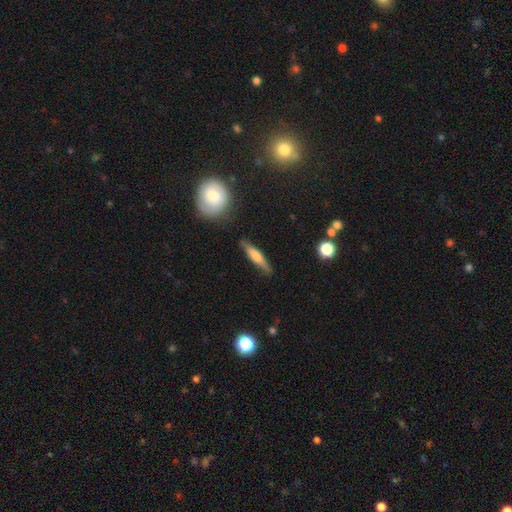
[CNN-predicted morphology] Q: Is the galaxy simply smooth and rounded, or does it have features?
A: smooth — 58%.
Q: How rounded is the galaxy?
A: cigar-shaped — 84%.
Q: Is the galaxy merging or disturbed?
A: none — 80%.